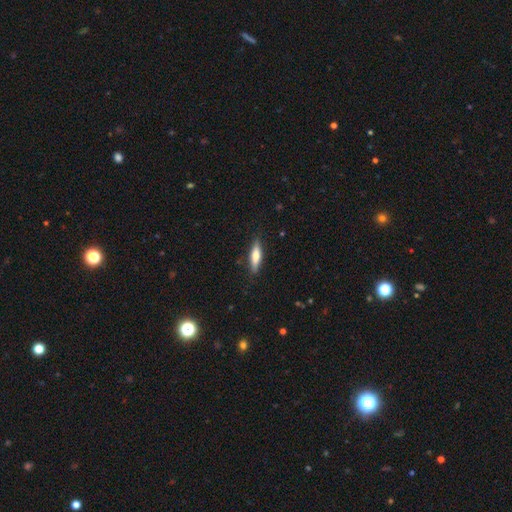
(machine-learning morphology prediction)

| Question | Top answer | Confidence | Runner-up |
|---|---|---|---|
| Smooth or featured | smooth | 60% | featured or disk (35%) |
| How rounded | cigar-shaped | 69% | in between (29%) |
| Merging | none | 86% | minor disturbance (11%) |